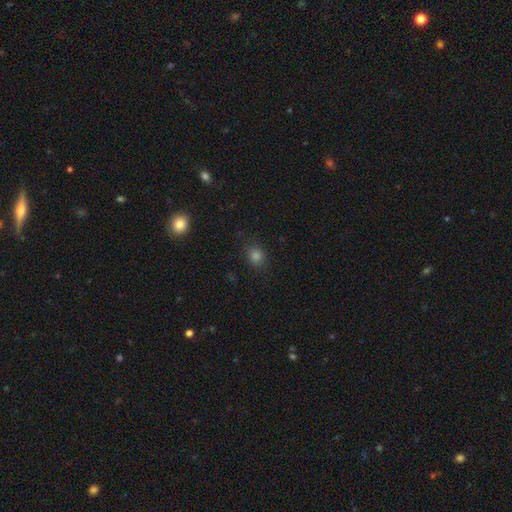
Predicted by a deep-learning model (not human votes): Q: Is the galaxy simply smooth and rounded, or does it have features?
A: smooth — 78%.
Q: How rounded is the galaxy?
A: round — 77%.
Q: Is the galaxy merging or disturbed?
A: none — 86%.